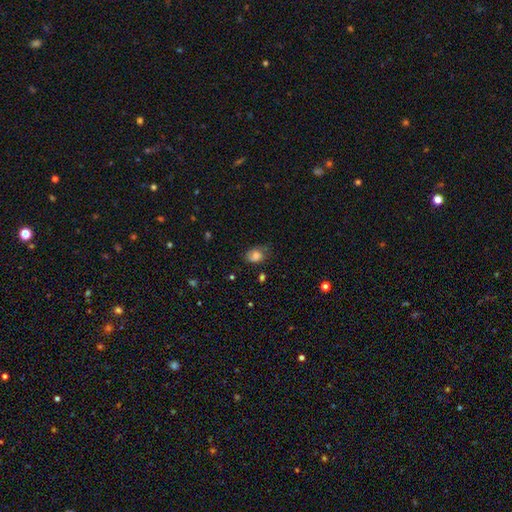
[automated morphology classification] A smooth galaxy with no disk features (75%) that is in between round and cigar-shaped (70%).

Vote fractions:
- Smooth or featured? smooth: 75% / featured or disk: 14% / star or artifact: 11%
- How rounded? in between: 70% / round: 29% / cigar-shaped: 1%
- Merging? none: 54% / minor disturbance: 32% / major disturbance: 12% / merger: 2%